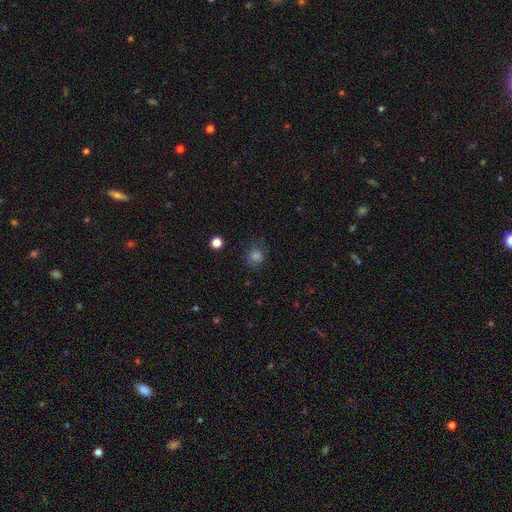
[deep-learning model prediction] smooth_or_featured: smooth (p=0.70) [alt: star or artifact p=0.21]
how_rounded: round (p=0.80) [alt: in between p=0.19]
merging: none (p=0.78) [alt: minor disturbance p=0.15]